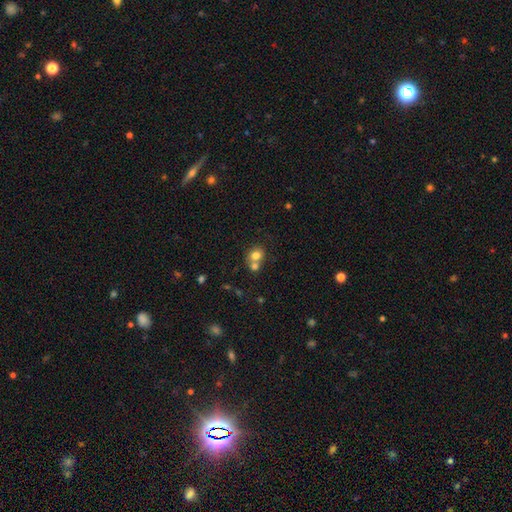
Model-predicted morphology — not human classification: Overall: smooth (76%). How rounded: round (74%). Merging: merger (51%; none 39%).